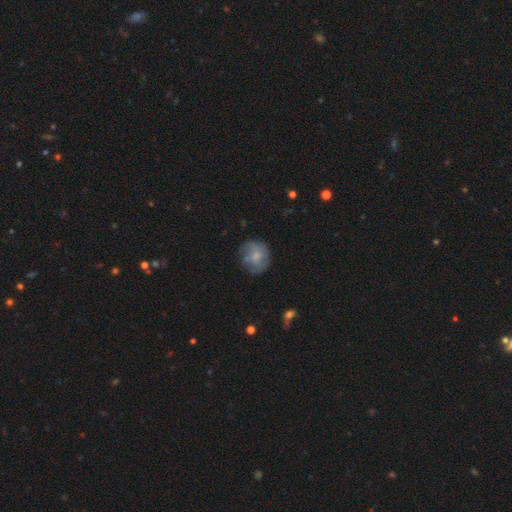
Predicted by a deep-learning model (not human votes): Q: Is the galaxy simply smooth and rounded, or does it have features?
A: smooth — 58%.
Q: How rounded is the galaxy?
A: round — 77%.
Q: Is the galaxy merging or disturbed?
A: none — 64%.